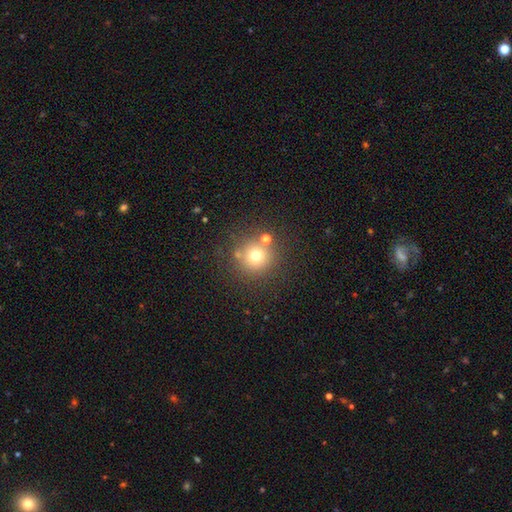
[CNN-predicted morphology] smooth_or_featured: smooth (p=0.70) [alt: star or artifact p=0.18]
how_rounded: round (p=0.94) [alt: in between p=0.05]
merging: none (p=0.76) [alt: merger p=0.11]